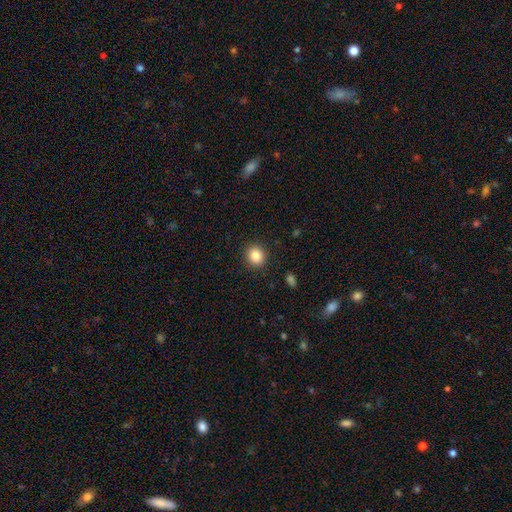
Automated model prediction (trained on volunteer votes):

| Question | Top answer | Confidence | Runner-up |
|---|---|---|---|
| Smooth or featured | smooth | 84% | star or artifact (10%) |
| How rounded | round | 83% | in between (16%) |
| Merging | none | 91% | minor disturbance (6%) |